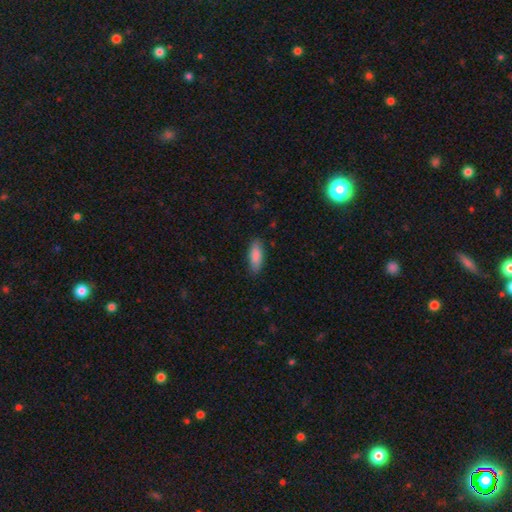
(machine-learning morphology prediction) smooth-or-featured: smooth: 87% | featured or disk: 7% | star or artifact: 6%
  how-rounded: in between: 72% | cigar-shaped: 26% | round: 2%
  merging: none: 83% | minor disturbance: 13% | major disturbance: 3% | merger: 1%